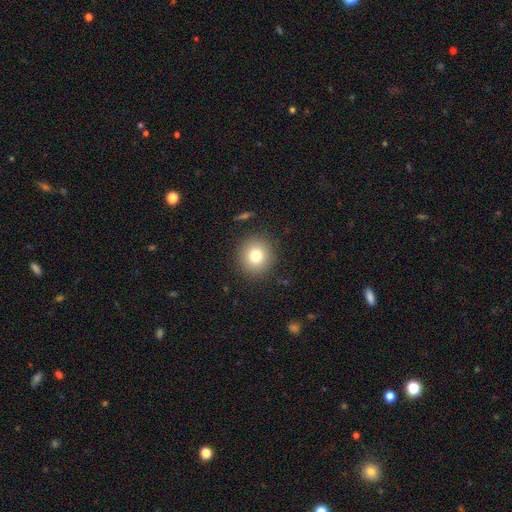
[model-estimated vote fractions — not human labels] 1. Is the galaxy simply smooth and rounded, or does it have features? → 79% smooth, 11% star or artifact, 10% featured or disk.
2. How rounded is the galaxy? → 91% round, 8% in between, 1% cigar-shaped.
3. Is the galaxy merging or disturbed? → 89% none, 7% minor disturbance, 3% major disturbance, 1% merger.